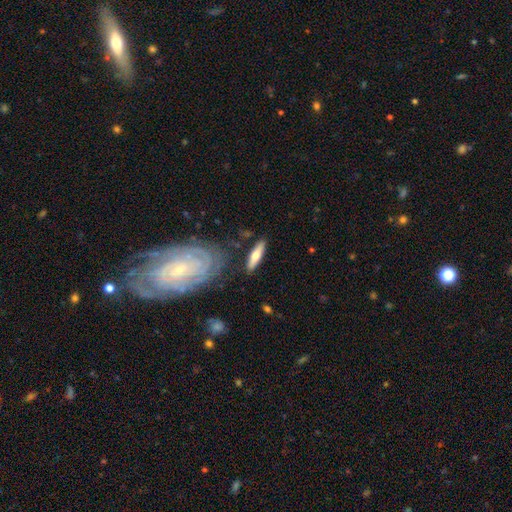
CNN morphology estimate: Smooth or featured: smooth — 52% (featured or disk — 42%)
How rounded: cigar-shaped — 68% (in between — 30%)
Merging: none — 80% (minor disturbance — 12%)